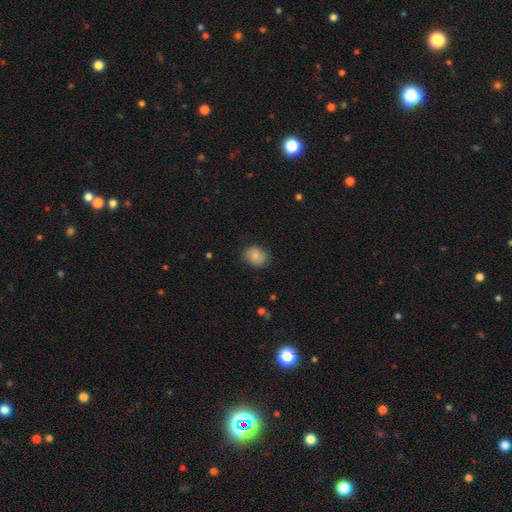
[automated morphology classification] A smooth galaxy with no disk features (66%) that is round (51%). Merging: none (76%).